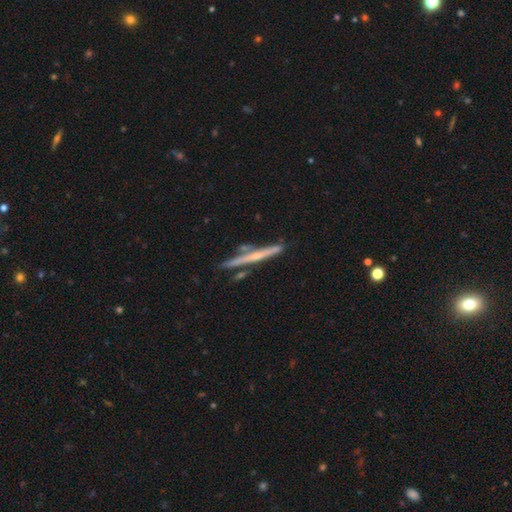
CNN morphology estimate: This appears to be a featured or disk galaxy (70%) viewed edge-on (97%) with a rounded central bulge (49%). Merging: none (79%).